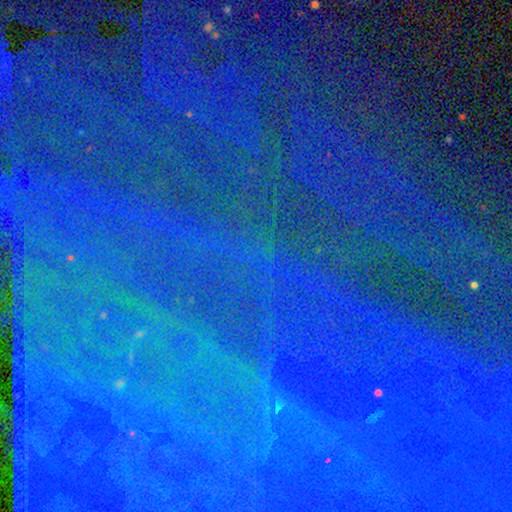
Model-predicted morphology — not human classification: A star or artifact, not a galaxy (84%).

Vote fractions:
- Smooth or featured? star or artifact: 84% / featured or disk: 9% / smooth: 8%